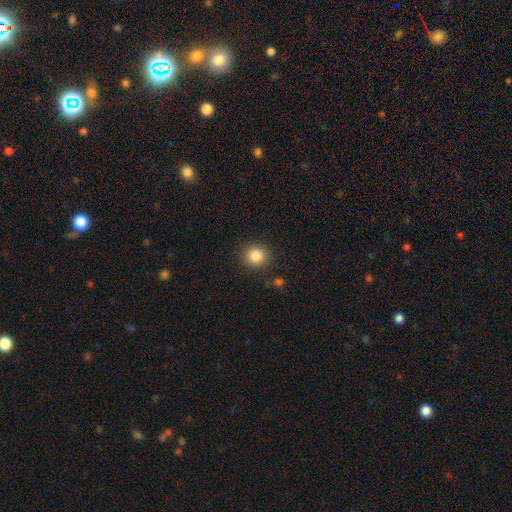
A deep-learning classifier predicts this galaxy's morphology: A smooth galaxy with no disk features (85%) that is round (87%).

Vote fractions:
- Smooth or featured? smooth: 85% / star or artifact: 10% / featured or disk: 5%
- How rounded? round: 87% / in between: 12% / cigar-shaped: 1%
- Merging? none: 88% / minor disturbance: 7% / major disturbance: 3% / merger: 2%